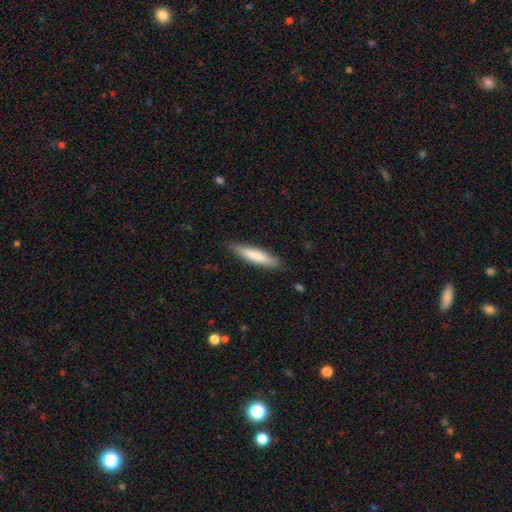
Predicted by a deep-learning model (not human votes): Smooth or featured? Predicted: smooth (p=0.76). How rounded? Predicted: cigar-shaped (p=0.83). Merging? Predicted: none (p=0.86).